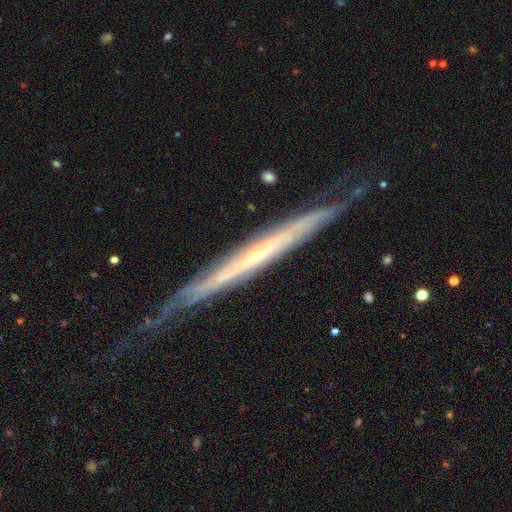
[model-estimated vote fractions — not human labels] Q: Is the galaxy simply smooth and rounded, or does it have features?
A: featured or disk — 79%.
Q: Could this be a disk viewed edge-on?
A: yes — 85%.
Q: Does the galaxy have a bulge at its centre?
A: none — 72%.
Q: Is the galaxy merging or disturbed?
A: none — 68%.